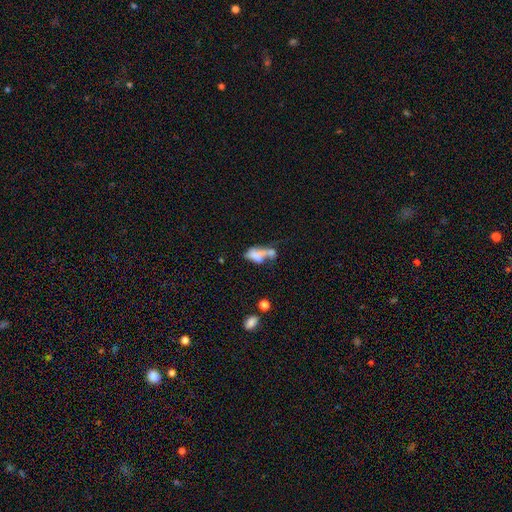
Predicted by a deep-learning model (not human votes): Overall: smooth (55%; featured or disk 33%). How rounded: in between (80%). Merging: merger (50%; major disturbance 22%).